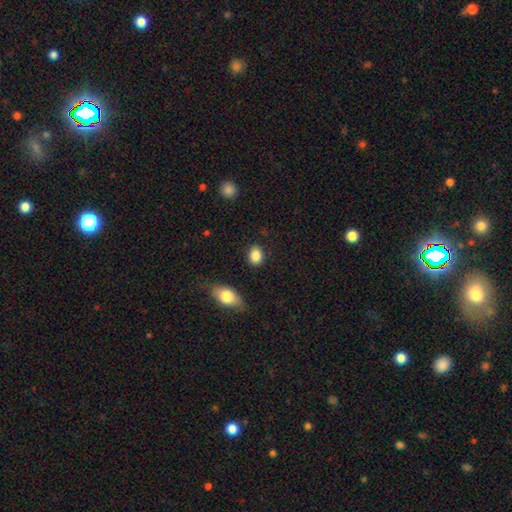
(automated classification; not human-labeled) smooth_or_featured: smooth (p=0.87) [alt: star or artifact p=0.08]
how_rounded: in between (p=0.67) [alt: round p=0.32]
merging: none (p=0.85) [alt: minor disturbance p=0.10]